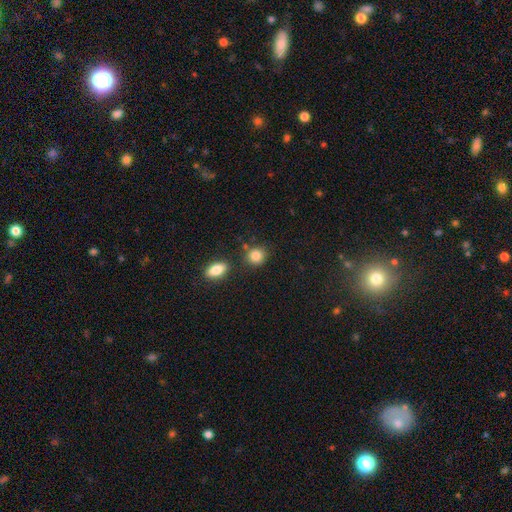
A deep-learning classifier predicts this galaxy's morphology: Smooth or featured? smooth (85%)
How rounded? round (72%)
Merging? none (74%)